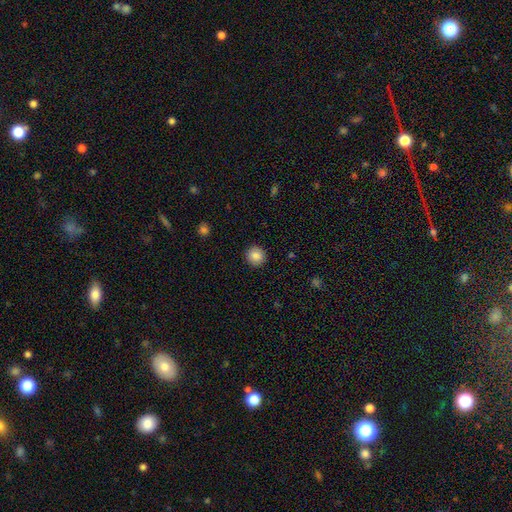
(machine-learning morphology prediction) The model was most divided on "smooth or featured": smooth: 87%, star or artifact: 9%, featured or disk: 4%. More confident: how rounded — round (93%); merging — none (92%).